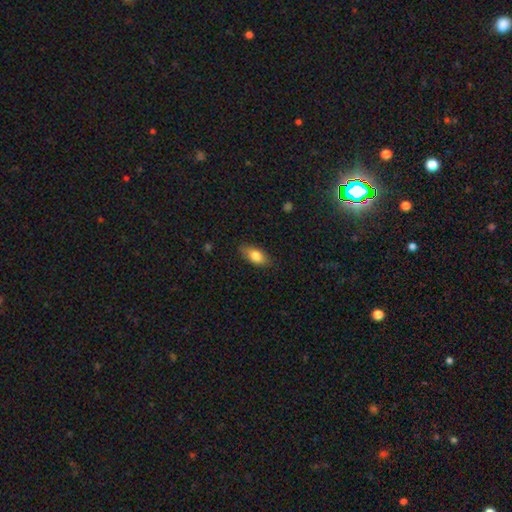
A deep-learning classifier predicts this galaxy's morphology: The model was most divided on "smooth or featured": smooth: 78%, featured or disk: 15%, star or artifact: 7%. More confident: how rounded — in between (85%); merging — none (84%).